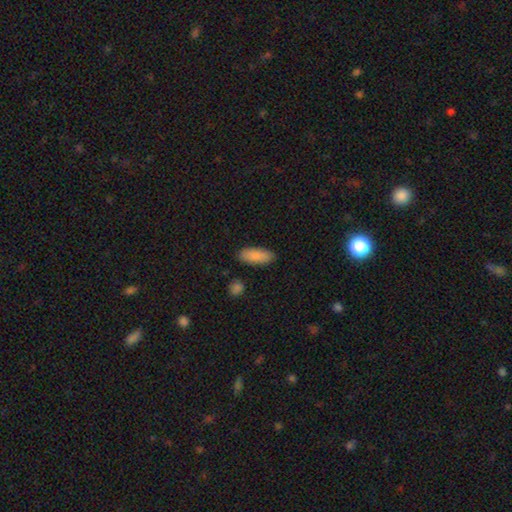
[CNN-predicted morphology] This is clearly a smooth galaxy (88%). How rounded: likely in between (76%). Merging: clearly none (86%).